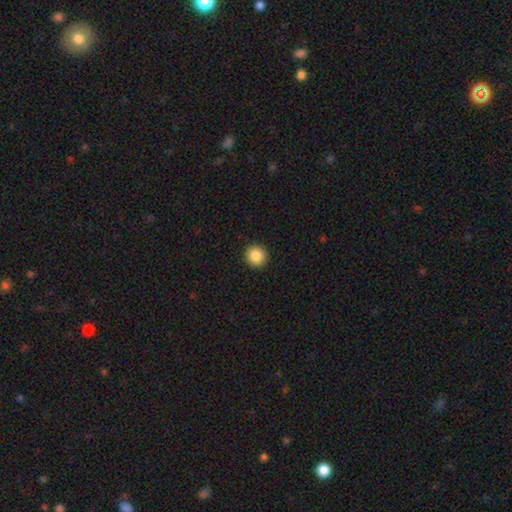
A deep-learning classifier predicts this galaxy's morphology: Smooth or featured? smooth (88%)
How rounded? round (93%)
Merging? none (93%)